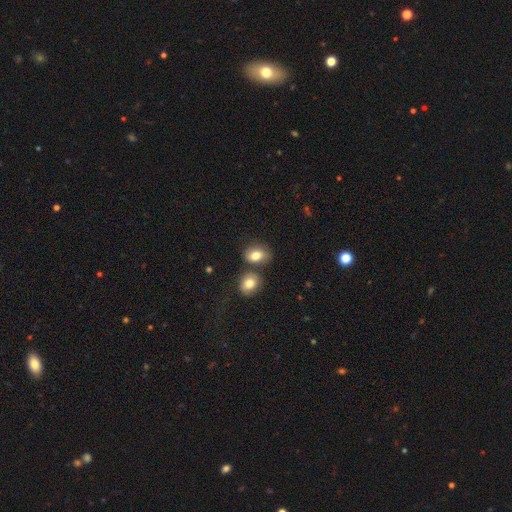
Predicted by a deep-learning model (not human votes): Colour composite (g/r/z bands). It shows a smooth galaxy with no disk features (81%) that is in between round and cigar-shaped (64%). Merging: none (61%).